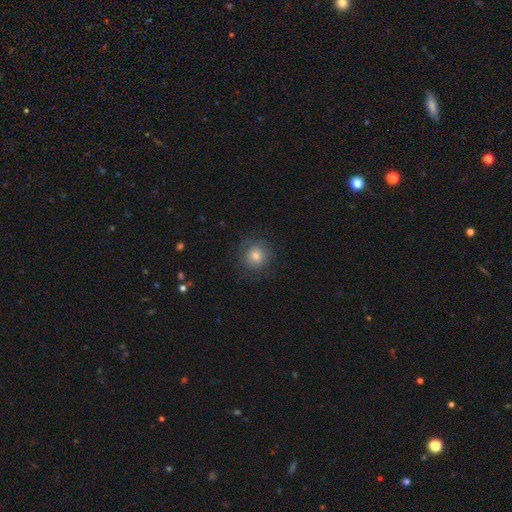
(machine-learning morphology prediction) A smooth galaxy with no disk features (71%) that is round (92%).

Vote fractions:
- Smooth or featured? smooth: 71% / featured or disk: 16% / star or artifact: 12%
- How rounded? round: 92% / in between: 7% / cigar-shaped: 1%
- Merging? none: 80% / minor disturbance: 13% / major disturbance: 6% / merger: 1%